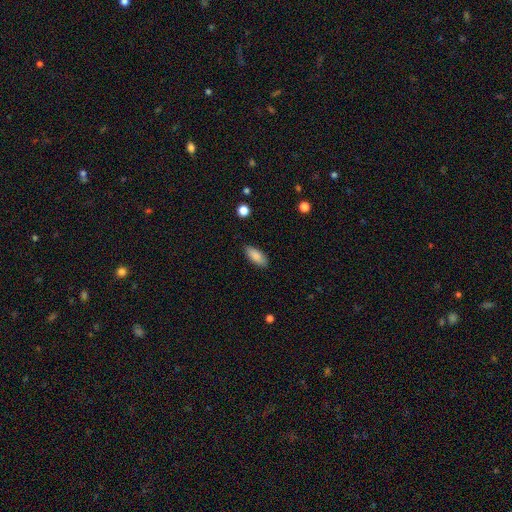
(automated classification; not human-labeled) Morphology: type=smooth (87%); roundness=in between (81%); merging=none (86%).